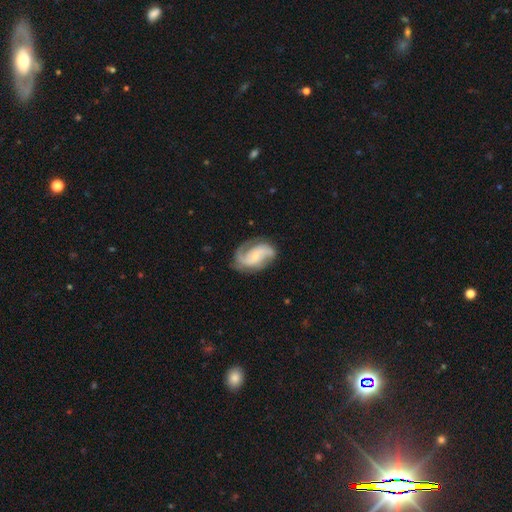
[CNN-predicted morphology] Smooth or featured?
  - featured or disk: 85% *
  - smooth: 10%
  - star or artifact: 5%
Edge-on disk?
  - no: 97% *
  - yes: 3%
Bar?
  - no: 47% *
  - weak: 40%
  - strong: 14%
Spiral arms?
  - yes: 97% *
  - no: 3%
Spiral winding?
  - medium: 50% *
  - tight: 29%
  - loose: 20%
Spiral arm count?
  - 2: 77% *
  - 3: 8%
  - can't tell: 7%
  - 1: 4%
  - 4: 2%
  - more than 4: 2%
Bulge size?
  - small: 63% *
  - moderate: 25%
  - none: 8%
  - large: 3%
  - dominant: 1%
Merging?
  - none: 70% *
  - minor disturbance: 19%
  - major disturbance: 9%
  - merger: 1%